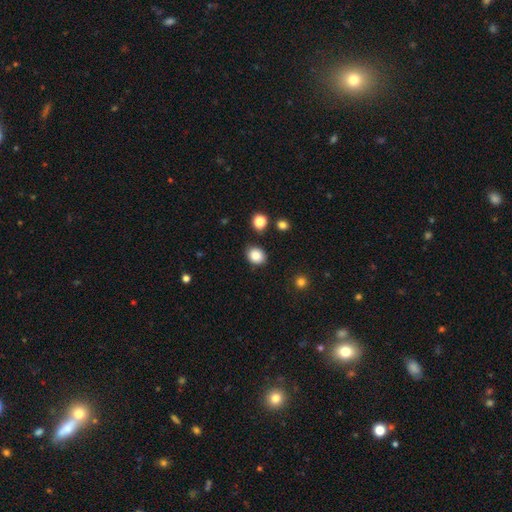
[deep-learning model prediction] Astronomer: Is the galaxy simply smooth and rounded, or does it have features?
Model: smooth — 85%.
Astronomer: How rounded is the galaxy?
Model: round — 60% (runner-up: in between, 39%).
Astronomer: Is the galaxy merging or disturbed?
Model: none — 84%.